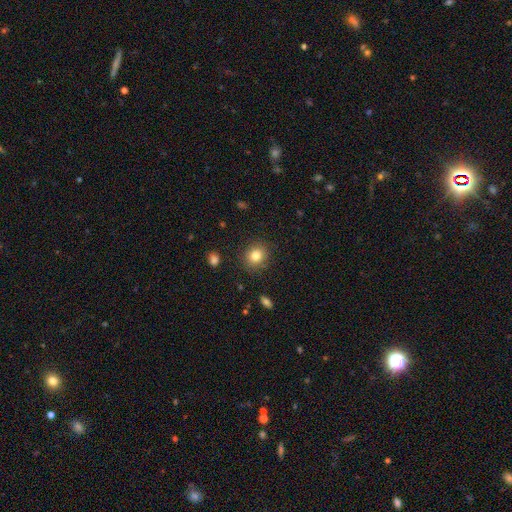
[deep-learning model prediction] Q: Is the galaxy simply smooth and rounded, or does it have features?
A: smooth — 82%.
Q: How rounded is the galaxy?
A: round — 78%.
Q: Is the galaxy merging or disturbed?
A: none — 87%.